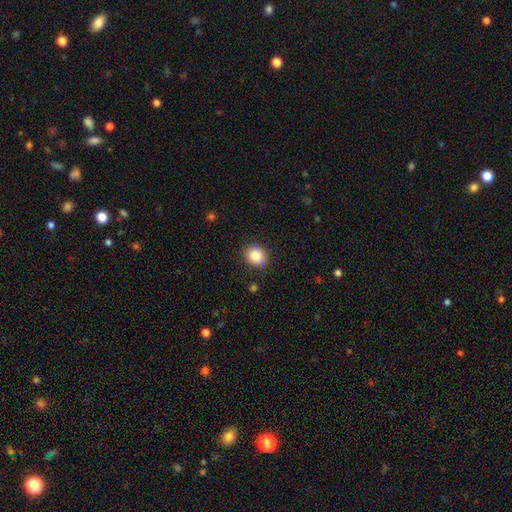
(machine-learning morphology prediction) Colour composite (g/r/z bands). It shows a smooth galaxy with no disk features (82%) that is round (78%). Merging: none (77%).